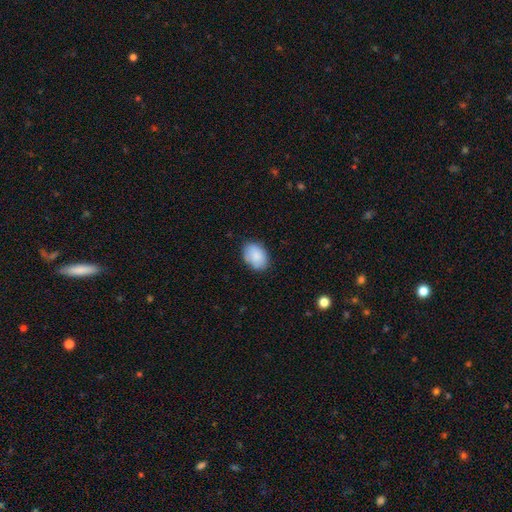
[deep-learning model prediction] This appears to be a smooth galaxy with no disk features (88%) that is in between round and cigar-shaped (80%). Merging: none (82%).